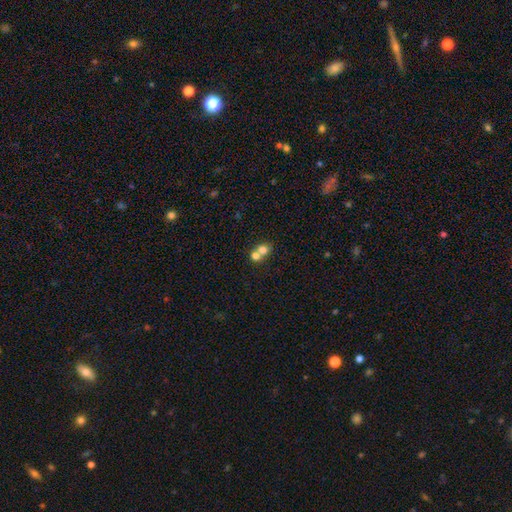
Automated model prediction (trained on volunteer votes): smooth_or_featured: smooth (p=0.73) [alt: featured or disk p=0.16]
how_rounded: round (p=0.75) [alt: in between p=0.24]
merging: merger (p=0.65) [alt: none p=0.28]